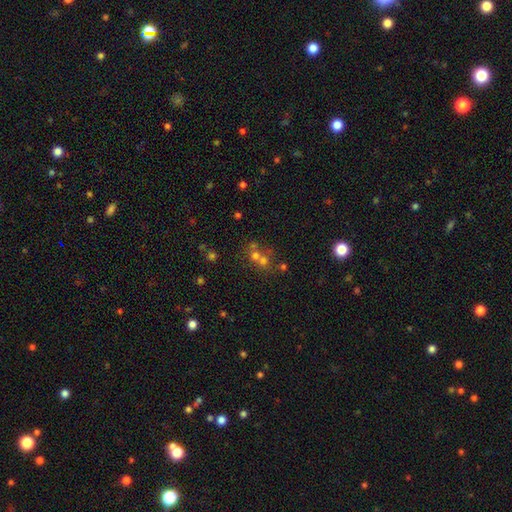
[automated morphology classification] smooth_or_featured: smooth (p=0.53) [alt: star or artifact p=0.27]
how_rounded: round (p=0.81) [alt: in between p=0.17]
merging: merger (p=0.48) [alt: none p=0.41]